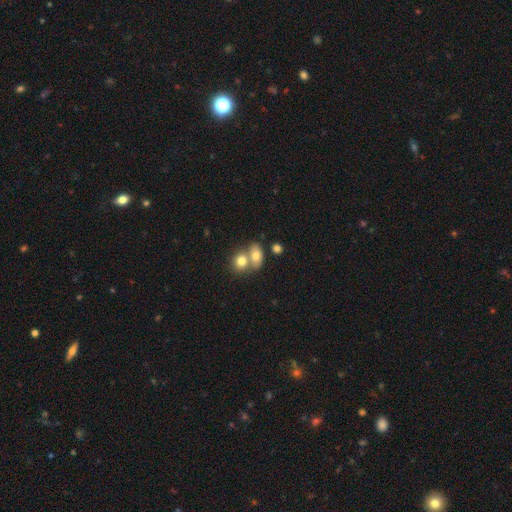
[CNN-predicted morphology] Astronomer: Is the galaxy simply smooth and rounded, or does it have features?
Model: smooth — 76%.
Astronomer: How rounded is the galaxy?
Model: in between — 71%.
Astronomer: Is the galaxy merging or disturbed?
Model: merger — 57%.